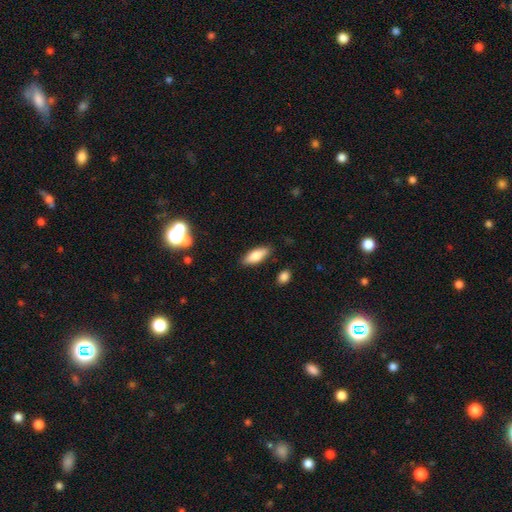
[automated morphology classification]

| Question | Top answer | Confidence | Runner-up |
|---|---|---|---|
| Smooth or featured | smooth | 80% | featured or disk (13%) |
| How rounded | in between | 72% | cigar-shaped (26%) |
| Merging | none | 85% | minor disturbance (10%) |